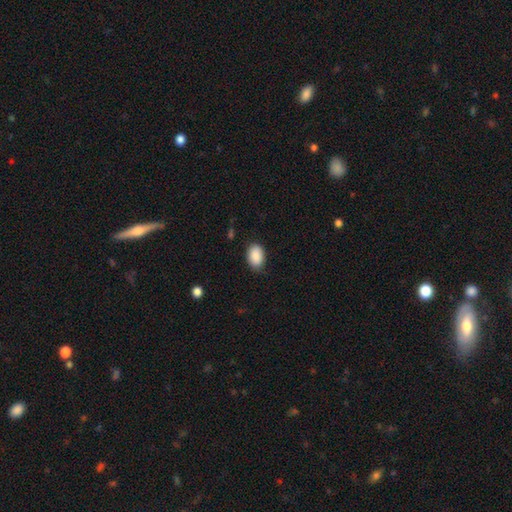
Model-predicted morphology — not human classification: smooth 89%, star or artifact 7%, featured or disk 4%. Down the decision tree: how rounded — in between (85%); merging — none (79%).